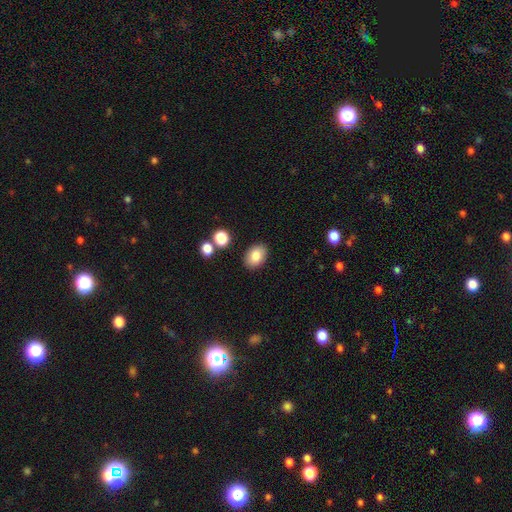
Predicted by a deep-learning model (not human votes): Q: Smooth or featured?
A: smooth (83%); runner-up: featured or disk (9%)
Q: How rounded?
A: in between (82%); runner-up: round (17%)
Q: Merging?
A: none (86%); runner-up: minor disturbance (9%)